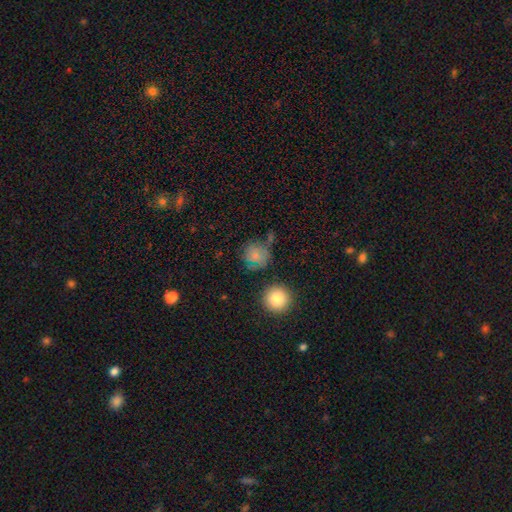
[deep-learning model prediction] Smooth or featured? Predicted: smooth (p=0.74). How rounded? Predicted: round (p=0.89). Merging? Predicted: none (p=0.64).